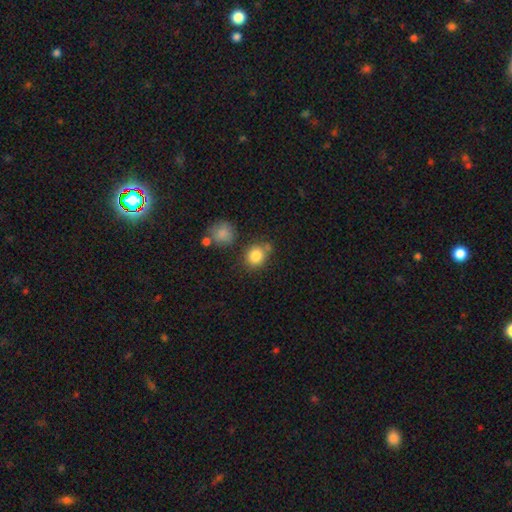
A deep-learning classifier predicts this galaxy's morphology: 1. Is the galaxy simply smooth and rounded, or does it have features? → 84% smooth, 10% star or artifact, 6% featured or disk.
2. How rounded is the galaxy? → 78% round, 21% in between, 1% cigar-shaped.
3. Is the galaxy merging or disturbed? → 69% none, 14% minor disturbance, 12% merger, 4% major disturbance.